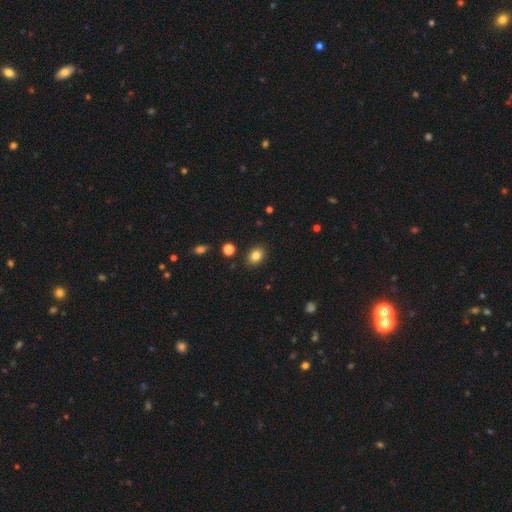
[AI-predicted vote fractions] This is clearly a smooth galaxy (84%). How rounded: likely in between (69%). Merging: clearly none (88%).